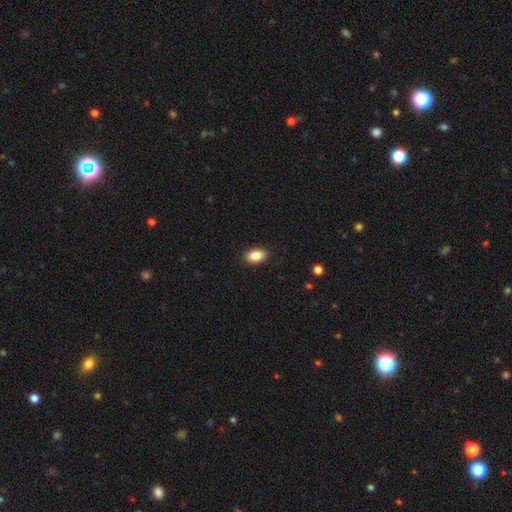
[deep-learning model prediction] Smooth or featured? smooth (88%)
How rounded? in between (91%)
Merging? none (89%)